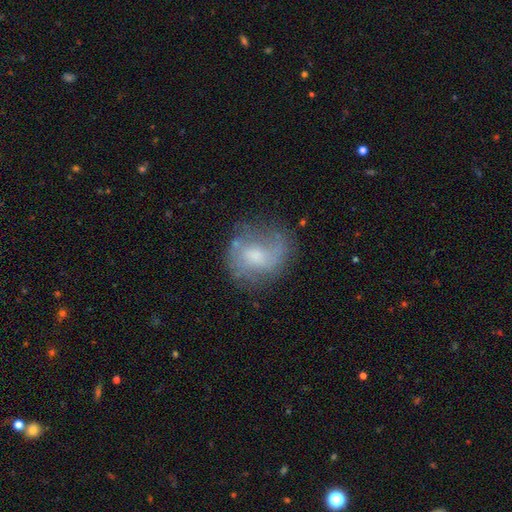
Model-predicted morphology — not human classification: This is possibly a featured or disk galaxy (55%). It is clearly not viewed edge-on (97%). Bar: possibly no (58%). Spiral arm pattern: likely yes (74%). Central bulge: marginally moderate (45%). Merging: possibly none (60%).